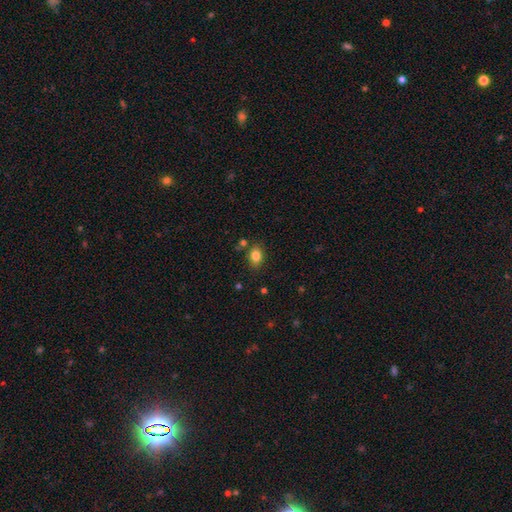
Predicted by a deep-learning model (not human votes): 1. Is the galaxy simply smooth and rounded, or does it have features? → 82% smooth, 10% star or artifact, 7% featured or disk.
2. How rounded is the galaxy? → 70% in between, 29% round, 1% cigar-shaped.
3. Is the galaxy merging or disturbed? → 79% none, 13% minor disturbance, 5% merger, 3% major disturbance.